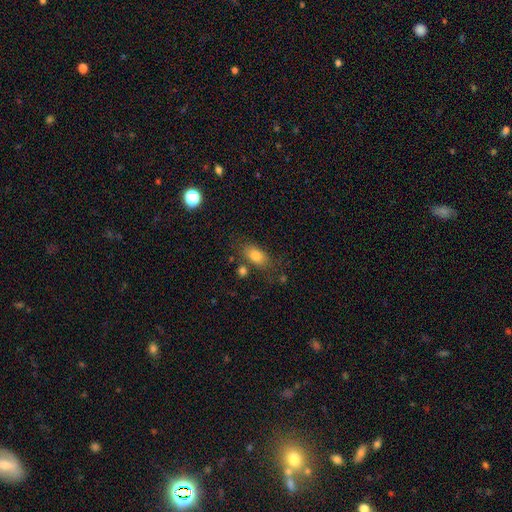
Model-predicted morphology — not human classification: smooth-or-featured: smooth: 80% | featured or disk: 10% | star or artifact: 10%
  how-rounded: in between: 83% | round: 11% | cigar-shaped: 6%
  merging: none: 69% | minor disturbance: 17% | merger: 8% | major disturbance: 6%